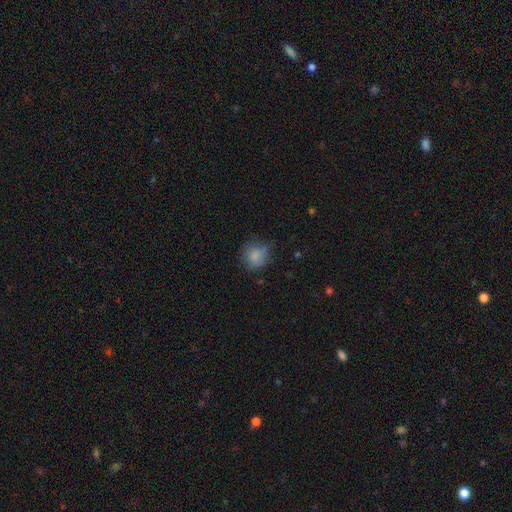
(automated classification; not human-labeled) smooth 80%, featured or disk 11%, star or artifact 9%. Down the decision tree: how rounded — round (77%); merging — none (64%).